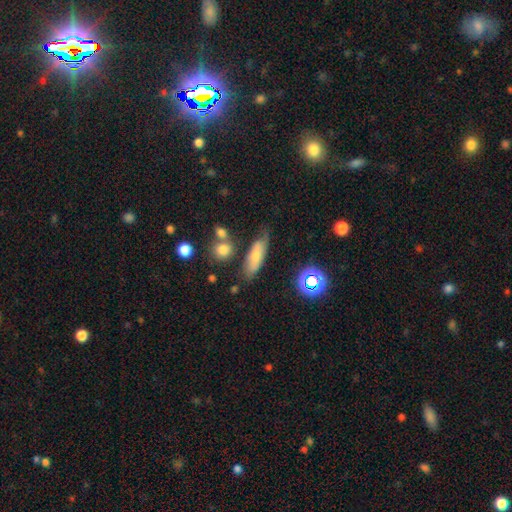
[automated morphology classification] Overall: smooth (66%). How rounded: in between (53%; cigar-shaped 43%). Merging: none (66%).